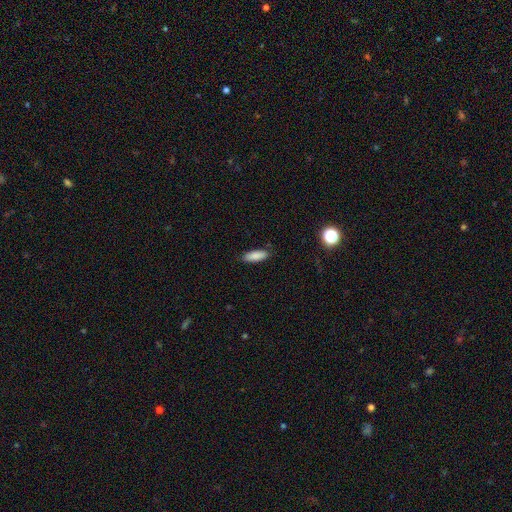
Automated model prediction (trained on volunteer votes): Morphology: type=smooth (87%); roundness=in between (59%); merging=none (86%).